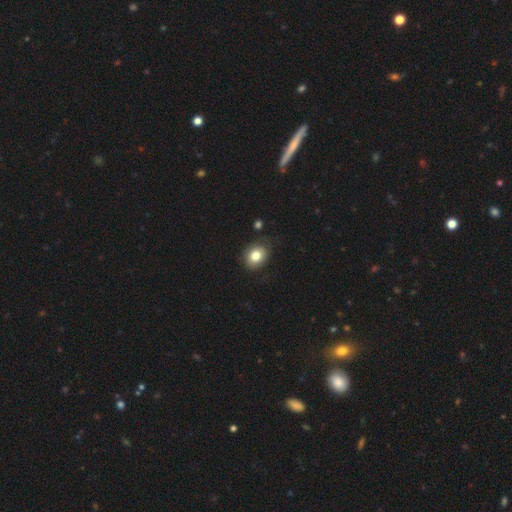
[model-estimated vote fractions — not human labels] Overall: smooth (81%). How rounded: round (51%; in between 48%). Merging: none (79%).